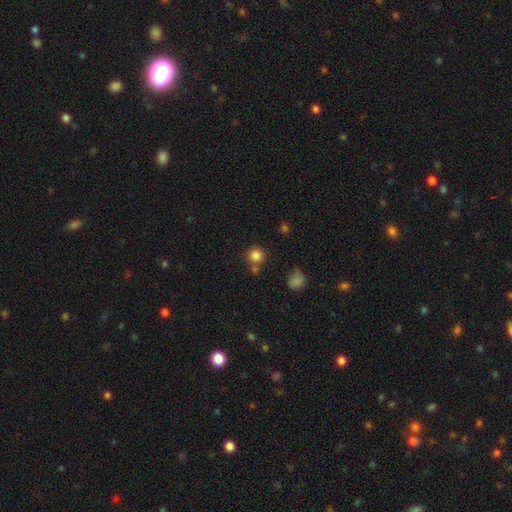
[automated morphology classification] Q: Smooth or featured?
A: smooth (82%); runner-up: star or artifact (12%)
Q: How rounded?
A: round (92%); runner-up: in between (7%)
Q: Merging?
A: none (71%); runner-up: merger (15%)